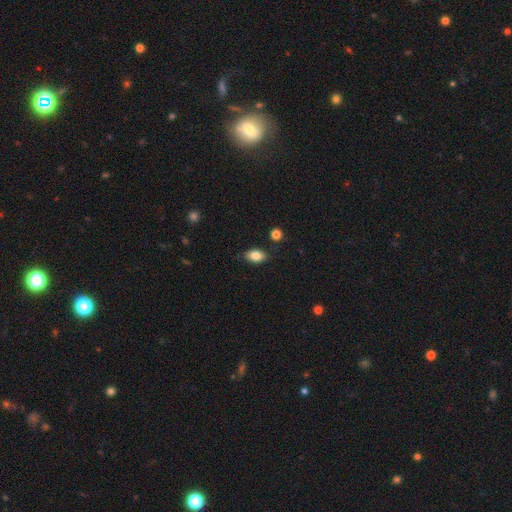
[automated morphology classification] A smooth galaxy with no disk features (83%) that is in between round and cigar-shaped (88%).

Vote fractions:
- Smooth or featured? smooth: 83% / featured or disk: 9% / star or artifact: 8%
- How rounded? in between: 88% / round: 9% / cigar-shaped: 3%
- Merging? none: 82% / minor disturbance: 13% / major disturbance: 3% / merger: 2%